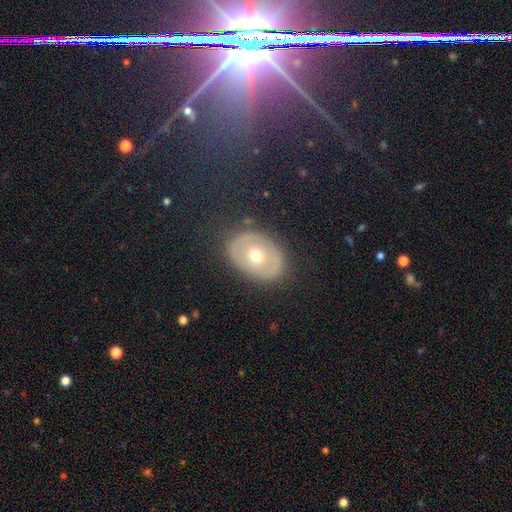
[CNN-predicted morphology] A featured or disk galaxy (49%). Merging: none (85%).